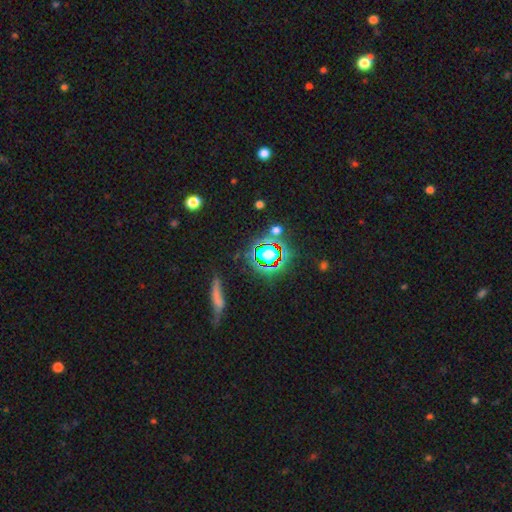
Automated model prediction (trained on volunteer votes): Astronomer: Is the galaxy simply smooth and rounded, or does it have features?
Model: star or artifact — 63%.